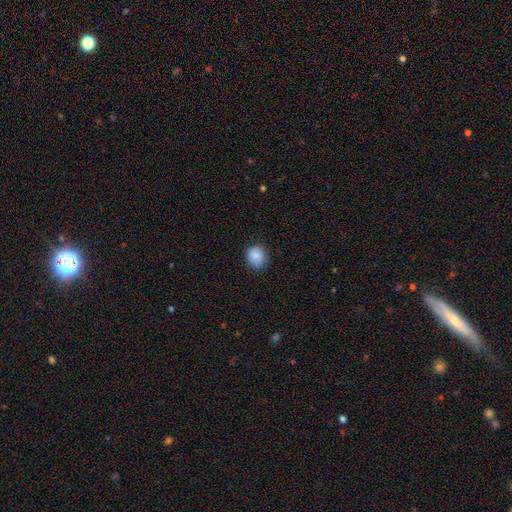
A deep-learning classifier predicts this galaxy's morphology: type=smooth (86%); roundness=round (78%); merging=none (78%).